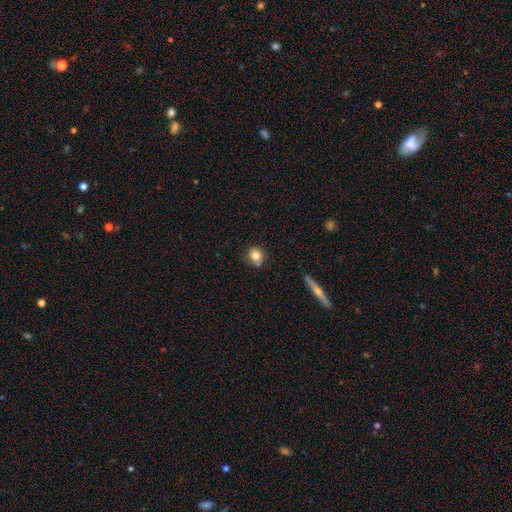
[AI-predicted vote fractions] This is clearly a smooth galaxy (81%). How rounded: clearly round (86%). Merging: likely none (73%).